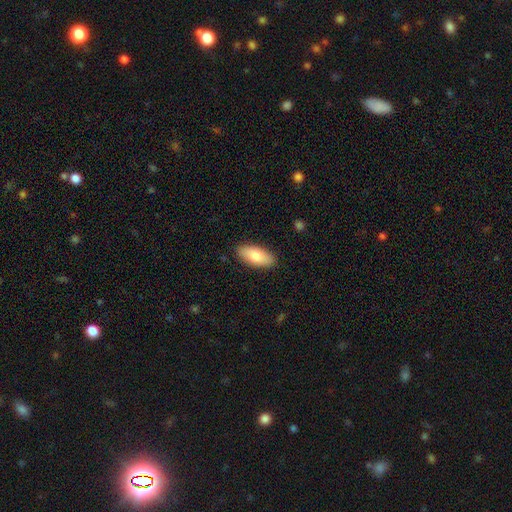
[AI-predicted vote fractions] Q: Smooth or featured?
A: smooth (78%); runner-up: featured or disk (16%)
Q: How rounded?
A: in between (88%); runner-up: cigar-shaped (10%)
Q: Merging?
A: none (89%); runner-up: minor disturbance (8%)